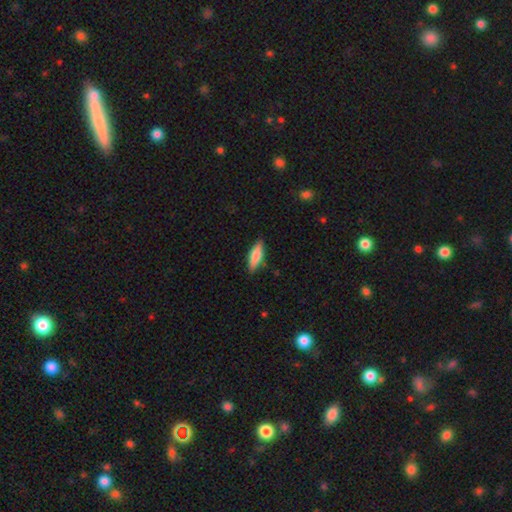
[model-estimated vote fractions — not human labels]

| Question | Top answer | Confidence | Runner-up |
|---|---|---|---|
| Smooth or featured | smooth | 74% | featured or disk (20%) |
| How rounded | in between | 53% | cigar-shaped (45%) |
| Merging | none | 85% | minor disturbance (11%) |